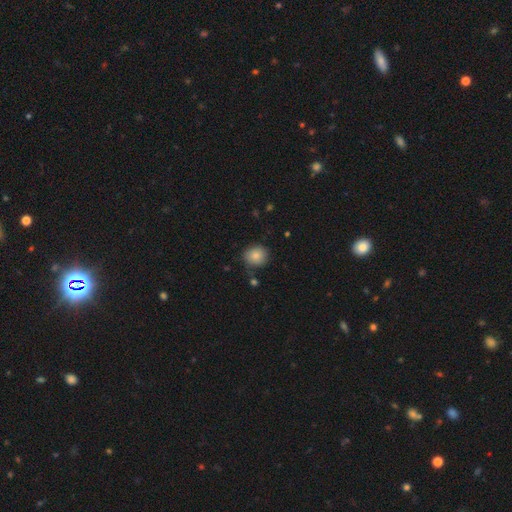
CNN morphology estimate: Smooth or featured? smooth (83%)
How rounded? round (78%)
Merging? none (77%)